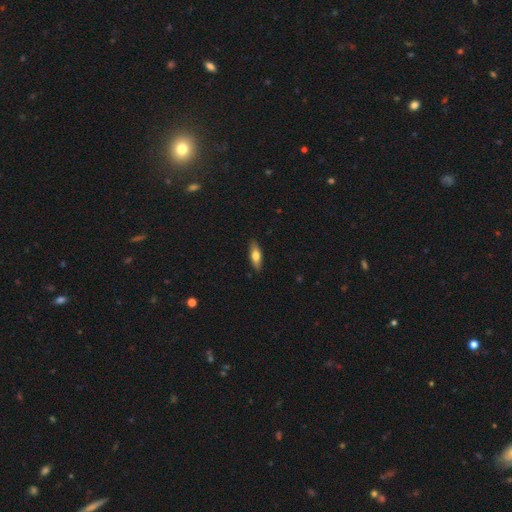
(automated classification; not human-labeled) Morphology: type=smooth (69%); roundness=in between (61%); merging=none (88%).